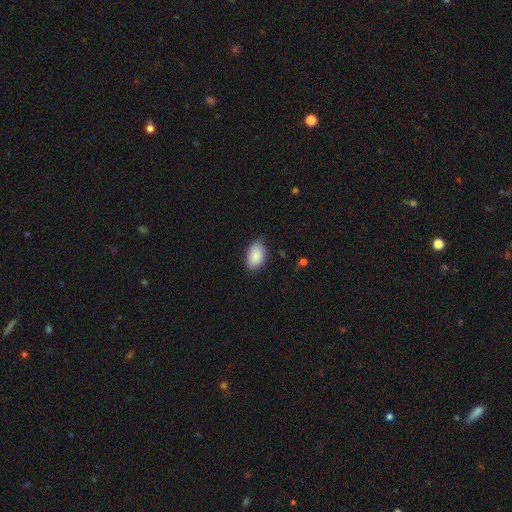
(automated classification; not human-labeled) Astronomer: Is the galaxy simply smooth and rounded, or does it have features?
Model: smooth — 89%.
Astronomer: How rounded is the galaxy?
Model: in between — 92%.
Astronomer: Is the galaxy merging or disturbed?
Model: none — 79%.